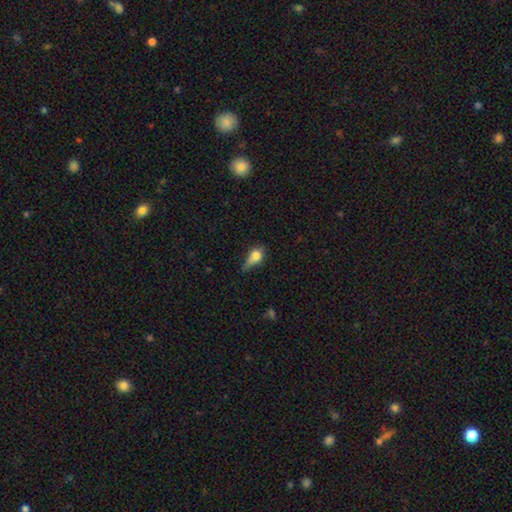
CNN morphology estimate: Smooth or featured? Predicted: smooth (p=0.70). How rounded? Predicted: in between (p=0.68). Merging? Predicted: minor disturbance (p=0.39).